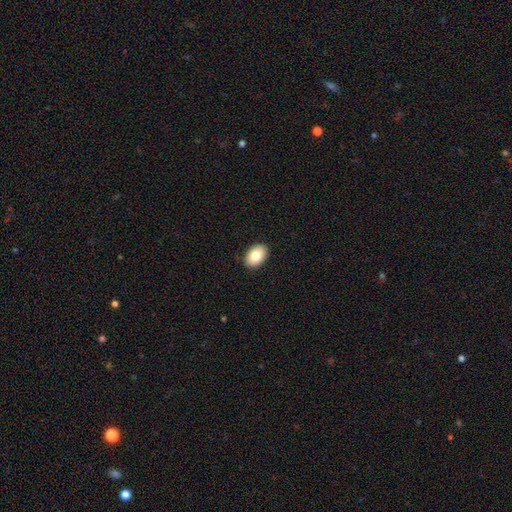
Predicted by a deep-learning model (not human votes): smooth 84%, featured or disk 9%, star or artifact 7%. Down the decision tree: how rounded — in between (88%); merging — none (90%).